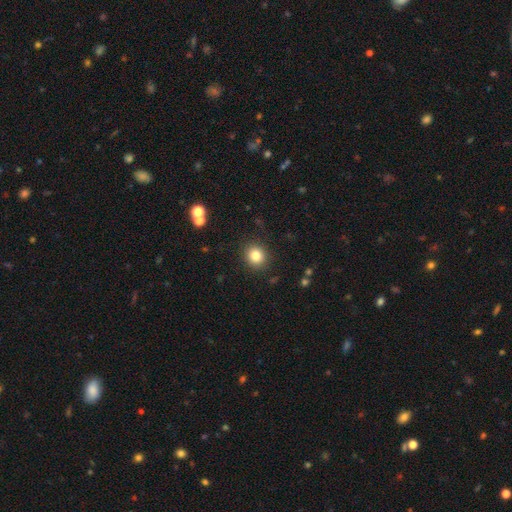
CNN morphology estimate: This is clearly a smooth galaxy (82%). How rounded: clearly round (82%). Merging: clearly none (89%).